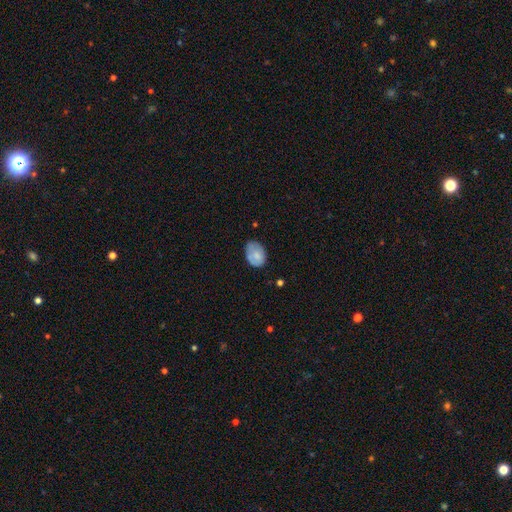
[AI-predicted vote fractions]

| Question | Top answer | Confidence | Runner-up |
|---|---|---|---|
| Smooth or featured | smooth | 74% | featured or disk (19%) |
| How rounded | in between | 76% | round (23%) |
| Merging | none | 55% | minor disturbance (33%) |